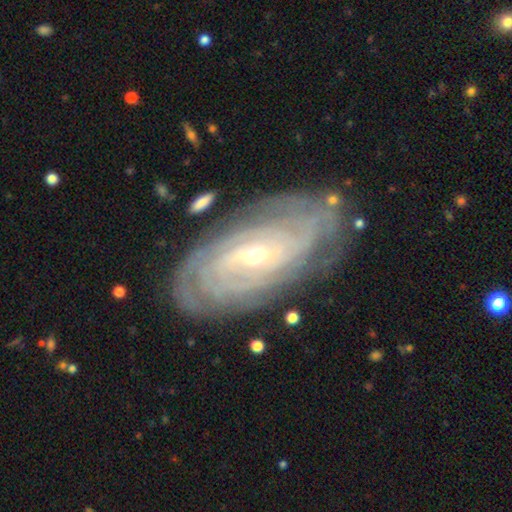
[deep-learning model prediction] Smooth or featured? Predicted: featured or disk (p=0.88). Edge-on disk? Predicted: no (p=0.93). Bar? Predicted: weak (p=0.41). Spiral arms? Predicted: yes (p=0.96). Spiral winding? Predicted: tight (p=0.81). Spiral arm count? Predicted: can't tell (p=0.39). Bulge size? Predicted: small (p=0.67). Merging? Predicted: none (p=0.80).